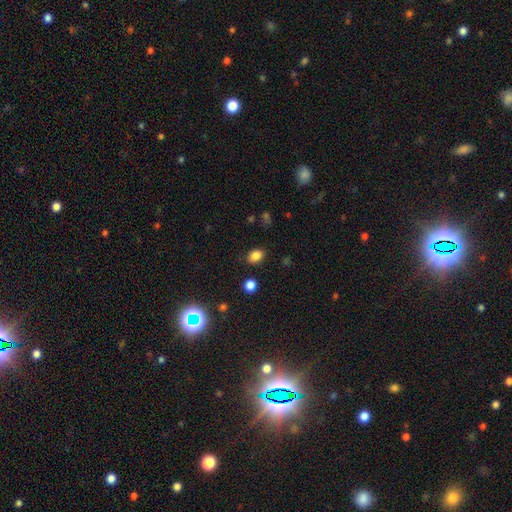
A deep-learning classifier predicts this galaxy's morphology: smooth 83%, star or artifact 12%, featured or disk 5%. Down the decision tree: how rounded — in between (69%); merging — none (85%).